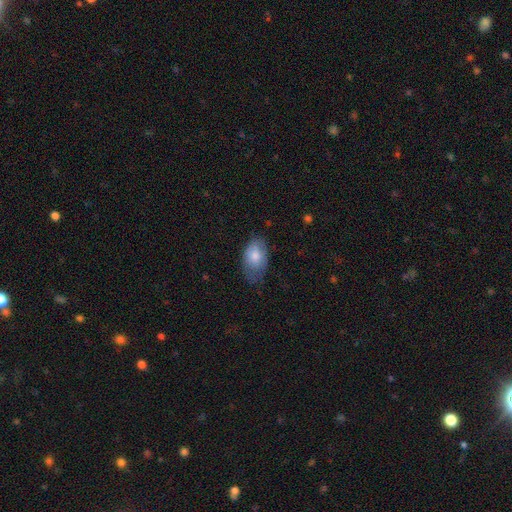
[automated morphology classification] Smooth or featured? smooth (77%)
How rounded? in between (92%)
Merging? none (48%)